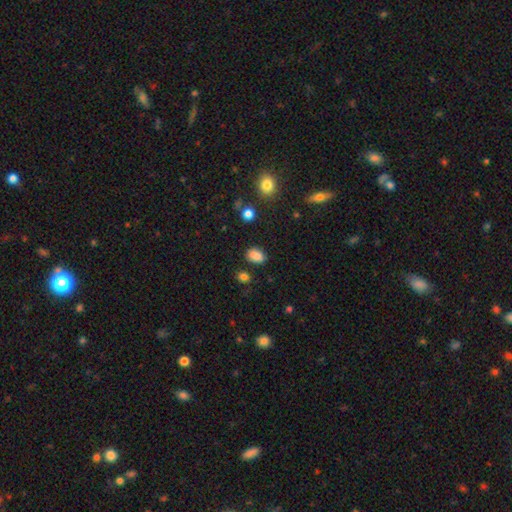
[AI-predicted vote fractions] smooth-or-featured: smooth: 84% | star or artifact: 11% | featured or disk: 4%
  how-rounded: in between: 78% | round: 20% | cigar-shaped: 1%
  merging: none: 77% | minor disturbance: 15% | merger: 5% | major disturbance: 4%